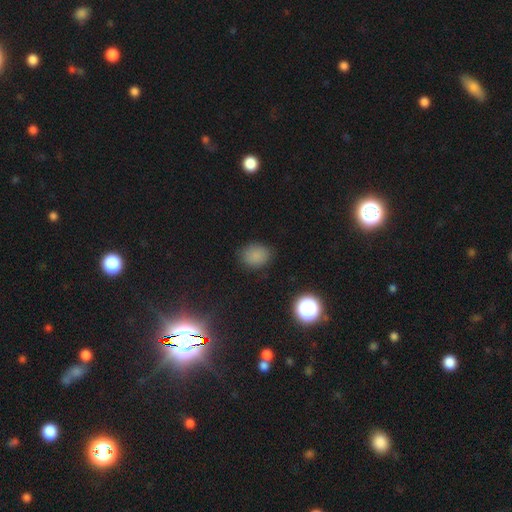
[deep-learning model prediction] This appears to be a smooth galaxy with no disk features (81%) that is round (51%). Merging: none (83%).